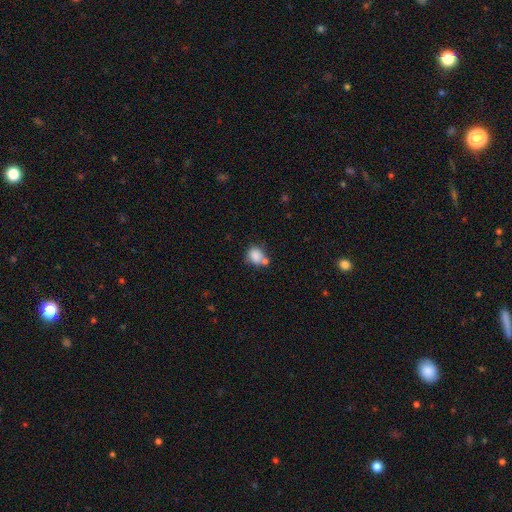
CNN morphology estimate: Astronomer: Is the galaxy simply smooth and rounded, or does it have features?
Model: smooth — 82%.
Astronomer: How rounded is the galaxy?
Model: round — 56% (runner-up: in between, 43%).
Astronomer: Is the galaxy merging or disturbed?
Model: none — 42% (runner-up: merger, 34%).